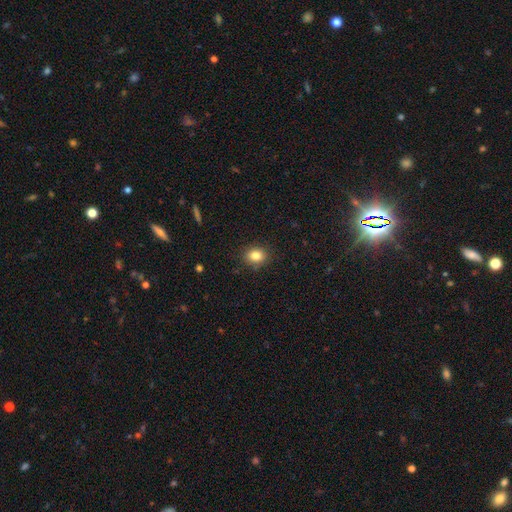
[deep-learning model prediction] This appears to be a smooth galaxy with no disk features (83%) that is round (55%). Merging: none (88%).